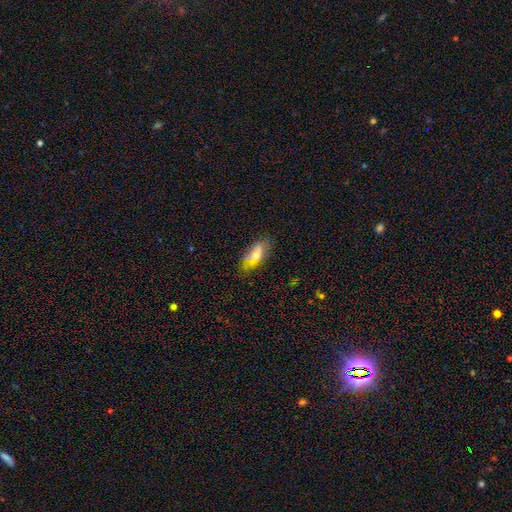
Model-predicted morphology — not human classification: The model was most divided on "smooth or featured": smooth: 59%, featured or disk: 31%, star or artifact: 10%. More confident: how rounded — in between (76%); merging — none (68%).